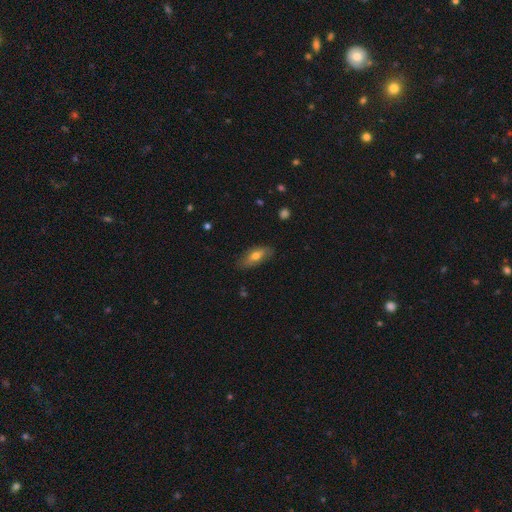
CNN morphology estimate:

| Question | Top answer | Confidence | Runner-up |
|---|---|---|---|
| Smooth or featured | smooth | 62% | featured or disk (31%) |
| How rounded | in between | 80% | cigar-shaped (17%) |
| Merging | none | 78% | minor disturbance (17%) |